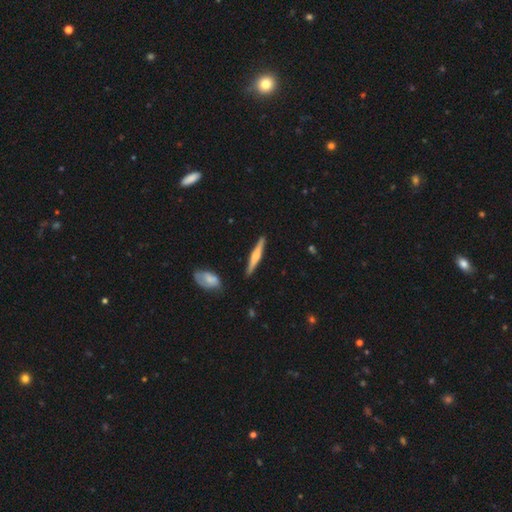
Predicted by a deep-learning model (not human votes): Overall: featured or disk (59%; smooth 36%). Edge-on disk: yes (97%). Edge-on bulge: rounded (79%). Merging: none (89%).